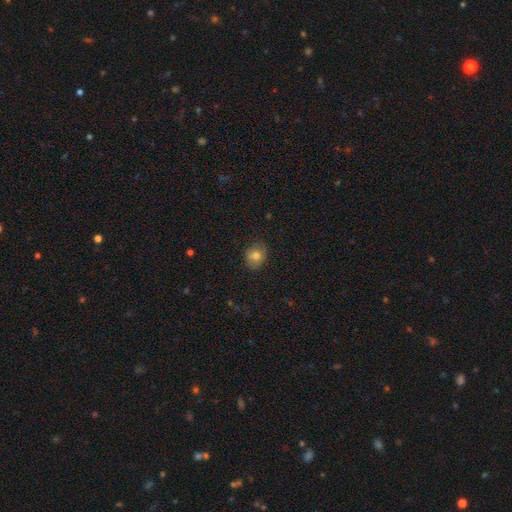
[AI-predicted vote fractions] Q: Smooth or featured?
A: smooth (75%); runner-up: featured or disk (15%)
Q: How rounded?
A: round (62%); runner-up: in between (37%)
Q: Merging?
A: none (79%); runner-up: minor disturbance (16%)